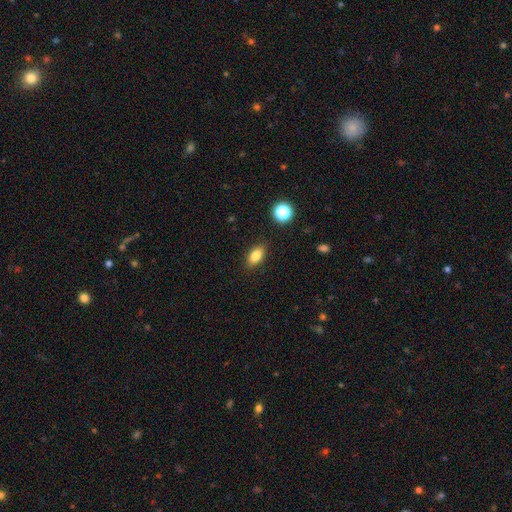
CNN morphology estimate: smooth-or-featured: smooth: 82% | star or artifact: 10% | featured or disk: 8%
  how-rounded: in between: 85% | round: 9% | cigar-shaped: 6%
  merging: none: 88% | minor disturbance: 9% | major disturbance: 2% | merger: 1%